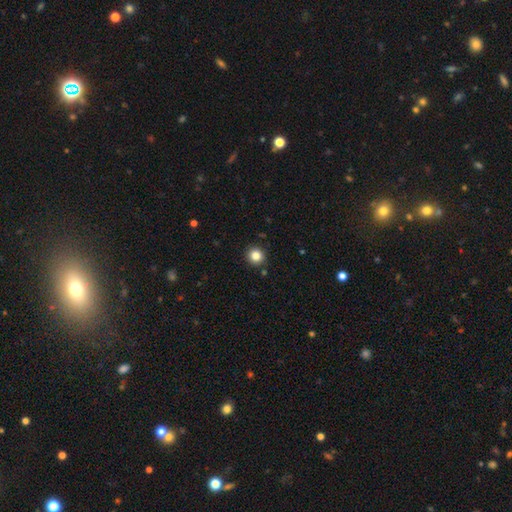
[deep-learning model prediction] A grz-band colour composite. It shows a smooth galaxy with no disk features (83%) that is round (92%). Merging: none (90%).